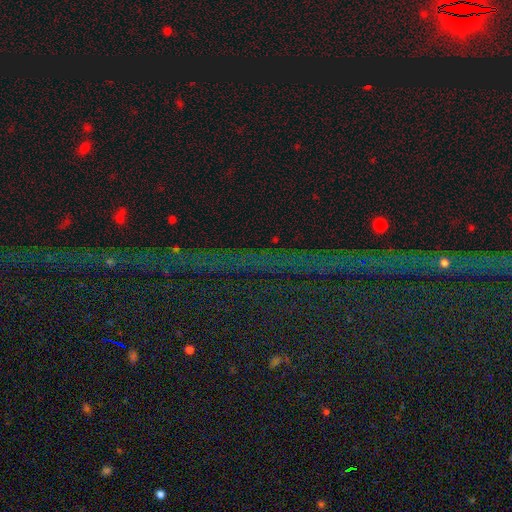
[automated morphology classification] Q: Smooth or featured?
A: star or artifact (88%); runner-up: featured or disk (7%)